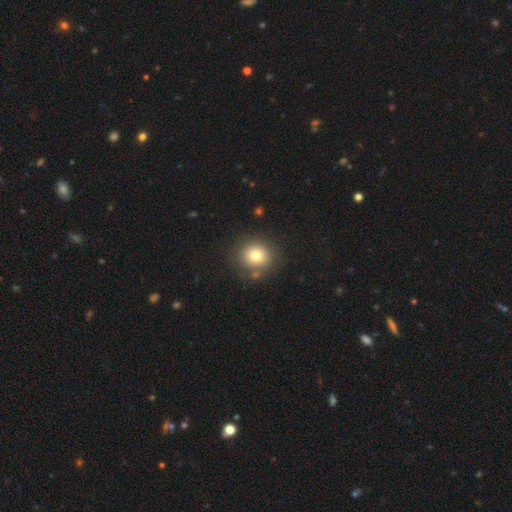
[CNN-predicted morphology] A smooth galaxy with no disk features (77%) that is round (89%).

Vote fractions:
- Smooth or featured? smooth: 77% / star or artifact: 12% / featured or disk: 11%
- How rounded? round: 89% / in between: 10% / cigar-shaped: 1%
- Merging? none: 83% / minor disturbance: 9% / merger: 5% / major disturbance: 3%